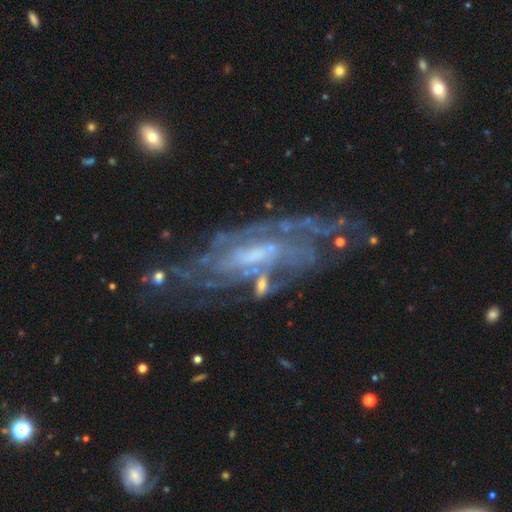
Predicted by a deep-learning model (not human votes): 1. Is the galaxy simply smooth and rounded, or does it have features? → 86% featured or disk, 7% star or artifact, 7% smooth.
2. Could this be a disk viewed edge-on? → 90% no, 10% yes.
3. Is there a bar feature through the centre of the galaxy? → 44% weak, 32% no, 24% strong.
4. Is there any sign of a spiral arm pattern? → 92% yes, 8% no.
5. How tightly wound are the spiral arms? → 58% tight, 33% medium, 9% loose.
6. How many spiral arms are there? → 48% can't tell, 15% 2, 12% 3, 11% 4, 7% more than 4, 6% 1.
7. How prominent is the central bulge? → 44% small, 29% moderate, 20% none, 4% large, 1% dominant.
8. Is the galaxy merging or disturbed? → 66% none, 19% minor disturbance, 11% major disturbance, 3% merger.